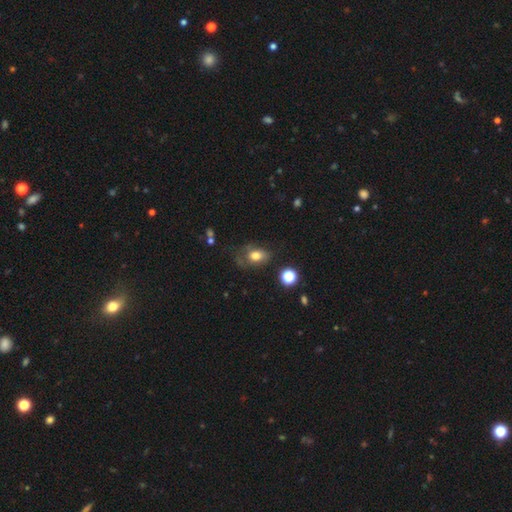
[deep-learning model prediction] smooth 74%, featured or disk 14%, star or artifact 12%. Down the decision tree: how rounded — in between (72%); merging — none (51%).